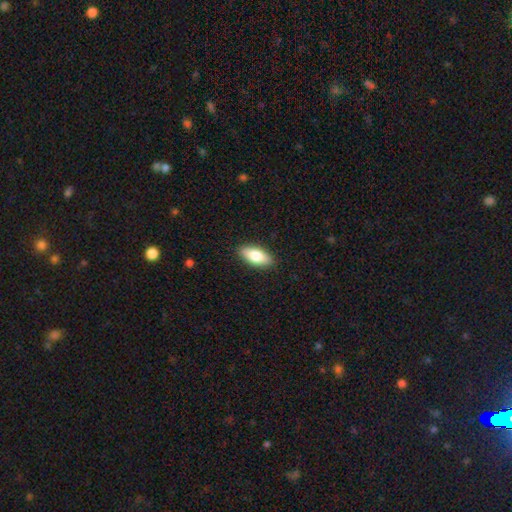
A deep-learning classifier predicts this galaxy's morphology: Smooth or featured? smooth (80%)
How rounded? in between (86%)
Merging? none (89%)